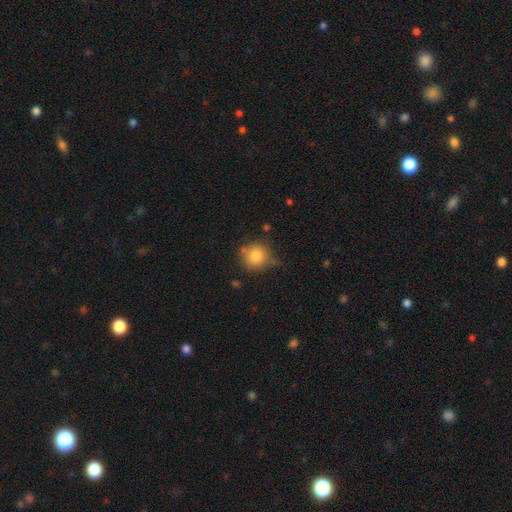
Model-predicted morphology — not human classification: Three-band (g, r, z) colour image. It shows a smooth galaxy with no disk features (82%) that is round (92%). Merging: none (70%).